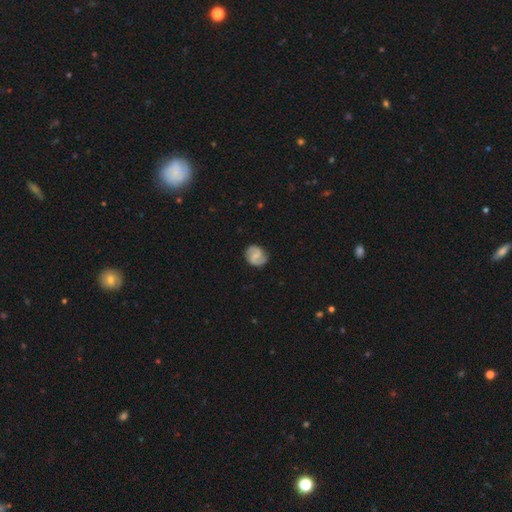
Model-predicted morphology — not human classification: smooth_or_featured: featured or disk (p=0.71) [alt: smooth p=0.23]
disk_edge_on: no (p=0.98) [alt: yes p=0.02]
bar: weak (p=0.52) [alt: no p=0.35]
has_spiral_arms: yes (p=0.94) [alt: no p=0.06]
spiral_winding: medium (p=0.49) [alt: tight p=0.31]
spiral_arm_count: 2 (p=0.88) [alt: can't tell p=0.05]
bulge_size: small (p=0.48) [alt: none p=0.27]
merging: none (p=0.80) [alt: minor disturbance p=0.14]